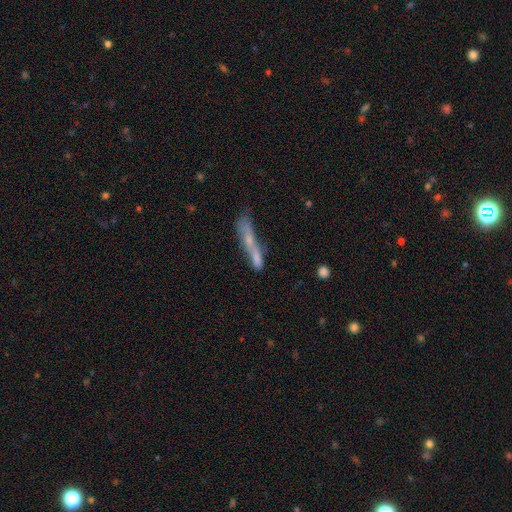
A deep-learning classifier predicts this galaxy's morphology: A smooth galaxy with no disk features (59%) that is cigar-shaped (77%).

Vote fractions:
- Smooth or featured? smooth: 59% / featured or disk: 32% / star or artifact: 9%
- How rounded? cigar-shaped: 77% / in between: 19% / round: 4%
- Merging? merger: 37% / none: 32% / minor disturbance: 17% / major disturbance: 15%